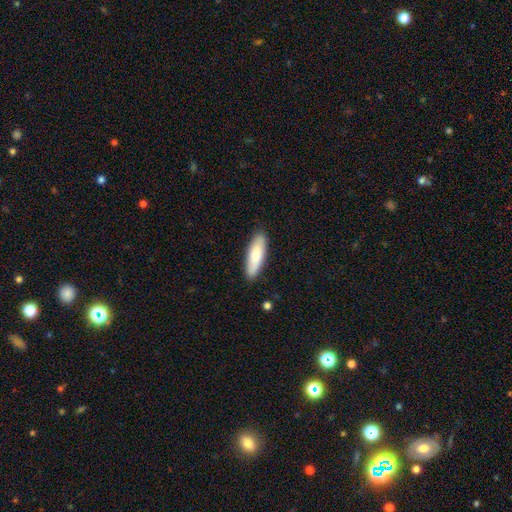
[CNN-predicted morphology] A smooth galaxy with no disk features (80%) that is cigar-shaped (51%). Merging: none (87%).